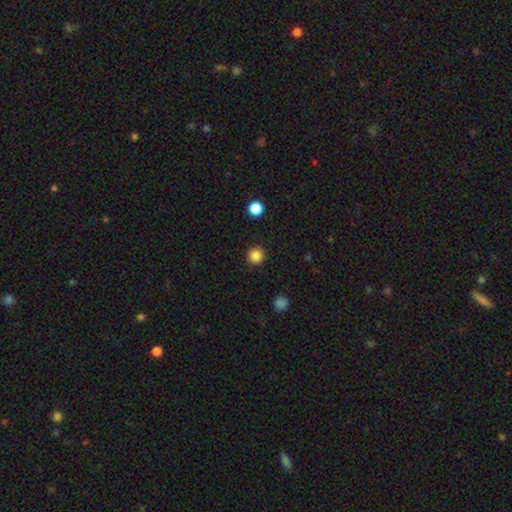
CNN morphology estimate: Smooth or featured: smooth — 85% (star or artifact — 11%)
How rounded: round — 95% (in between — 4%)
Merging: none — 92% (minor disturbance — 5%)